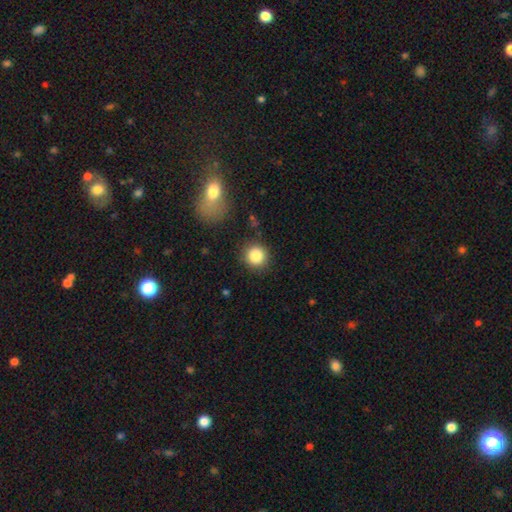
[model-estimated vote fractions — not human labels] Morphology: type=smooth (86%); roundness=round (90%); merging=none (86%).